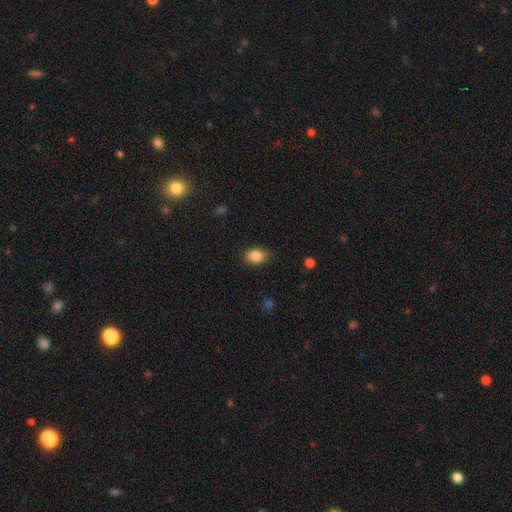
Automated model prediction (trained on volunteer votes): Smooth or featured? Predicted: smooth (p=0.86). How rounded? Predicted: in between (p=0.68). Merging? Predicted: none (p=0.81).